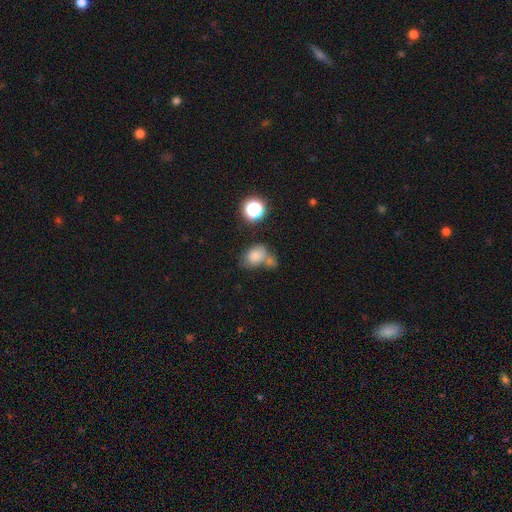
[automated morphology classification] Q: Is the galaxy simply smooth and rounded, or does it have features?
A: smooth — 79%.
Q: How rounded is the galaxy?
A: in between — 66%.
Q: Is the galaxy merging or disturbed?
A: none — 45%.